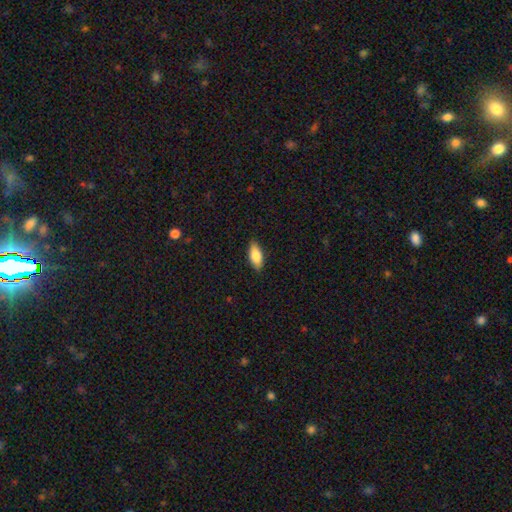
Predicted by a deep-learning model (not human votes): A smooth galaxy with no disk features (79%) that is in between round and cigar-shaped (82%).

Vote fractions:
- Smooth or featured? smooth: 79% / featured or disk: 15% / star or artifact: 6%
- How rounded? in between: 82% / cigar-shaped: 16% / round: 2%
- Merging? none: 88% / minor disturbance: 9% / major disturbance: 2% / merger: 1%